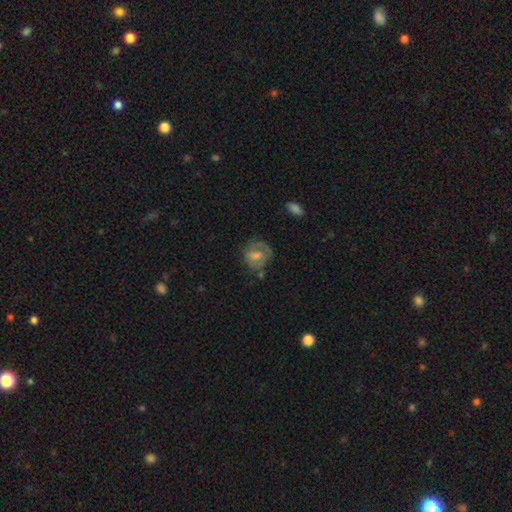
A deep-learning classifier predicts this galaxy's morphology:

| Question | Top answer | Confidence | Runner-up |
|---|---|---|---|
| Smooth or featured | featured or disk | 45% | smooth (44%) |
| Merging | none | 57% | minor disturbance (23%) |